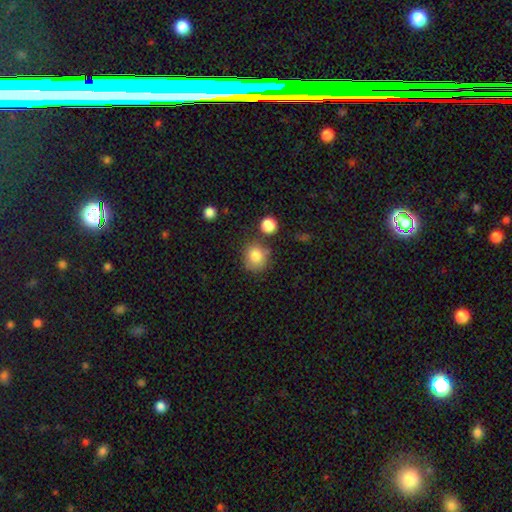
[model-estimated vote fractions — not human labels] The model was most divided on "merging": none: 70%, minor disturbance: 15%, merger: 10%, major disturbance: 5%. More confident: smooth or featured — smooth (83%); how rounded — round (82%).